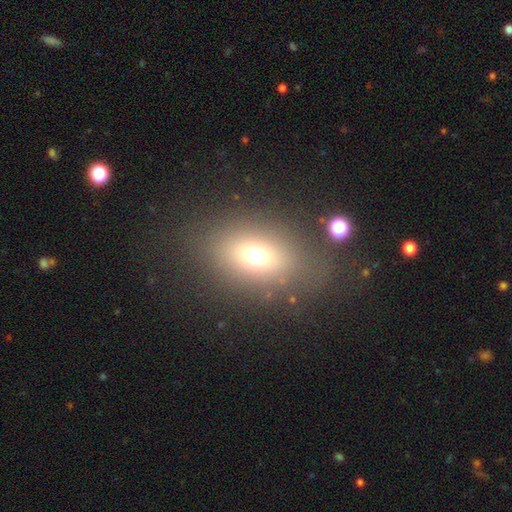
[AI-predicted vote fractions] Q: Smooth or featured?
A: smooth (66%); runner-up: featured or disk (17%)
Q: How rounded?
A: in between (73%); runner-up: round (23%)
Q: Merging?
A: none (75%); runner-up: minor disturbance (13%)